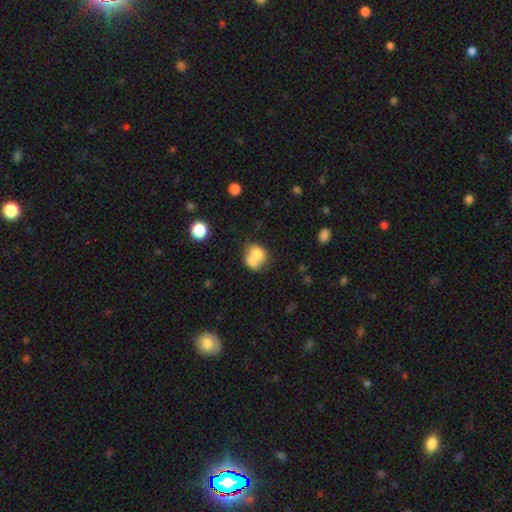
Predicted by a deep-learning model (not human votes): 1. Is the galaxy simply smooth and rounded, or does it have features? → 72% smooth, 19% featured or disk, 9% star or artifact.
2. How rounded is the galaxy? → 59% round, 40% in between, 1% cigar-shaped.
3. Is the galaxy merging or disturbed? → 63% merger, 24% none, 8% minor disturbance, 4% major disturbance.